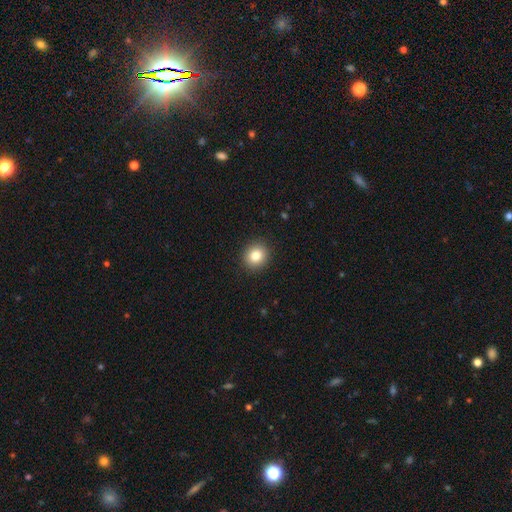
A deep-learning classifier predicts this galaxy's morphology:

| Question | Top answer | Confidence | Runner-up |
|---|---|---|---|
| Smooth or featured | smooth | 83% | star or artifact (10%) |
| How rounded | round | 81% | in between (18%) |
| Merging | none | 91% | minor disturbance (6%) |